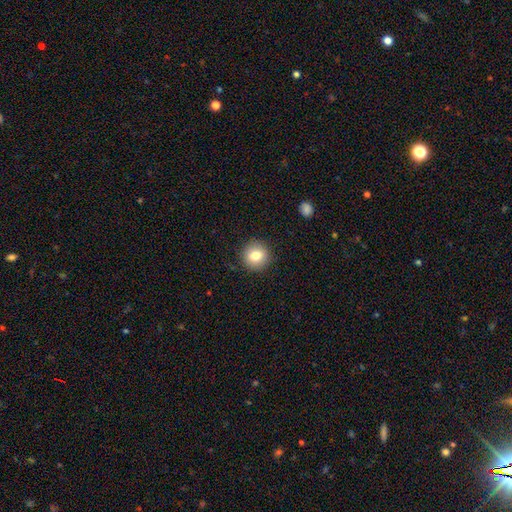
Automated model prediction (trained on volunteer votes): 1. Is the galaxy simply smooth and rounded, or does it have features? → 80% smooth, 10% featured or disk, 9% star or artifact.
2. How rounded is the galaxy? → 92% round, 7% in between, 1% cigar-shaped.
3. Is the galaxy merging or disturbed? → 91% none, 6% minor disturbance, 2% major disturbance, 1% merger.